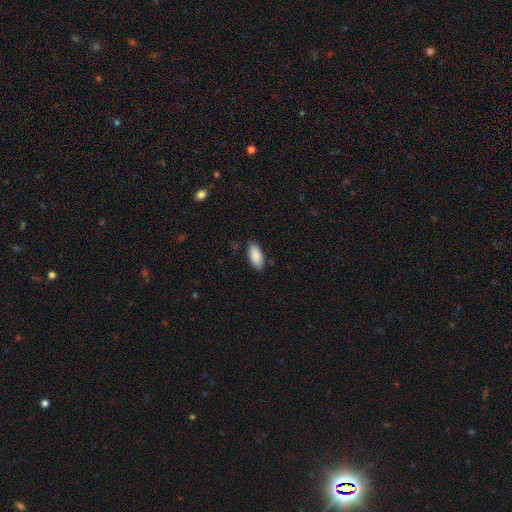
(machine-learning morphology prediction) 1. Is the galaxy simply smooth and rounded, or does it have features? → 89% smooth, 6% star or artifact, 5% featured or disk.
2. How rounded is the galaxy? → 90% in between, 8% cigar-shaped, 2% round.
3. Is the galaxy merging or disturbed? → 85% none, 12% minor disturbance, 2% major disturbance, 1% merger.